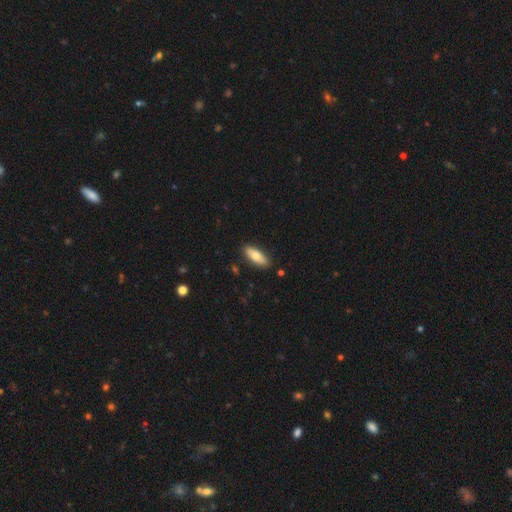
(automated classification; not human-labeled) The model was most divided on "how rounded": in between: 68%, cigar-shaped: 29%, round: 2%. More confident: merging — none (88%); smooth or featured — smooth (72%).